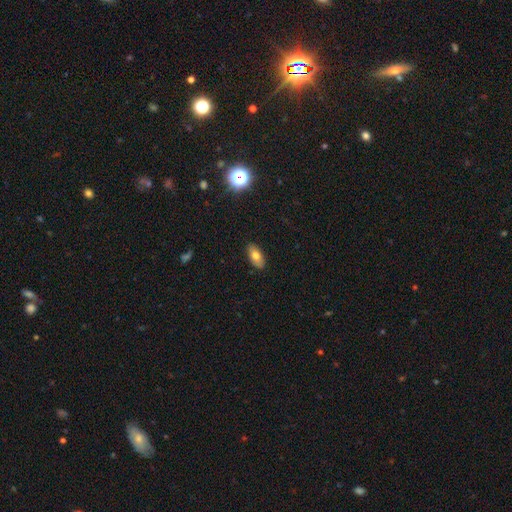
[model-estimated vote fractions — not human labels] Morphology: type=smooth (72%); roundness=in between (90%); merging=none (88%).